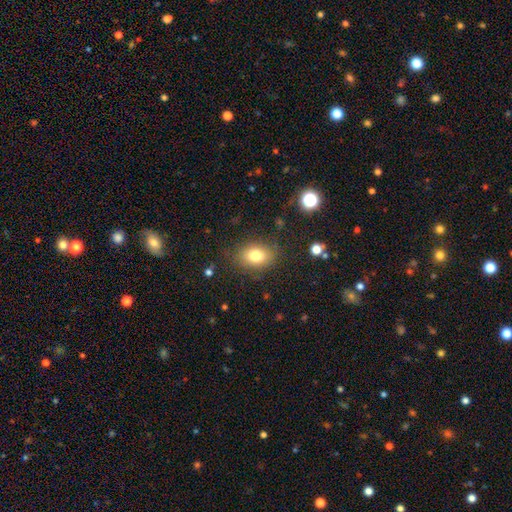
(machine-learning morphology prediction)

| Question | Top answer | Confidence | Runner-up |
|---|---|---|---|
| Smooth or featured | smooth | 78% | star or artifact (11%) |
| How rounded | in between | 68% | round (31%) |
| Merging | none | 82% | minor disturbance (12%) |